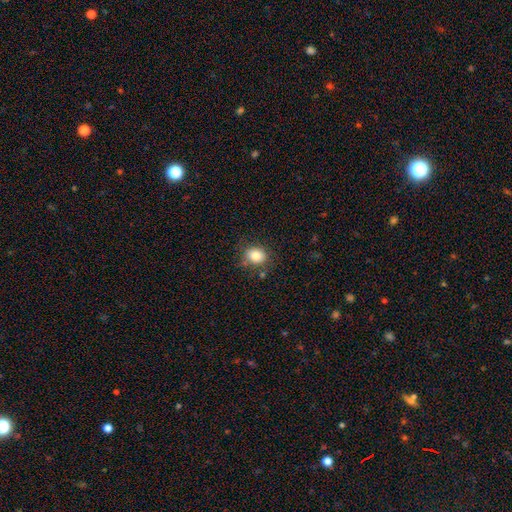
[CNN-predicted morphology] smooth_or_featured: smooth (p=0.83) [alt: star or artifact p=0.10]
how_rounded: round (p=0.64) [alt: in between p=0.35]
merging: none (p=0.77) [alt: minor disturbance p=0.14]